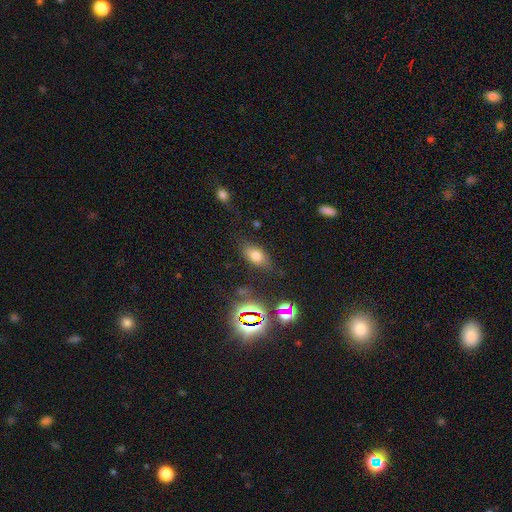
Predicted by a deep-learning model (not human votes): Smooth or featured? smooth (69%)
How rounded? in between (86%)
Merging? none (77%)